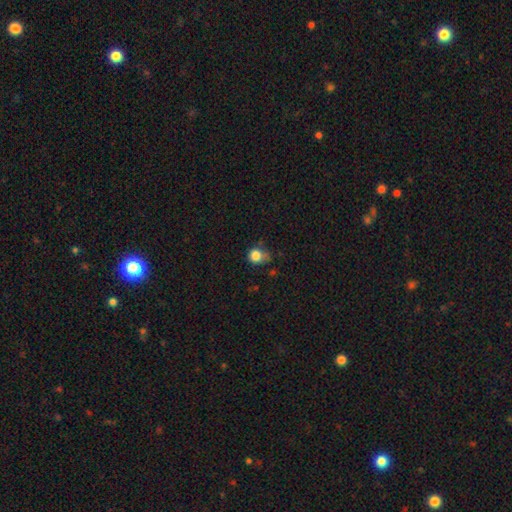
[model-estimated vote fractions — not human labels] A smooth galaxy with no disk features (82%) that is round (75%). Merging: none (45%).